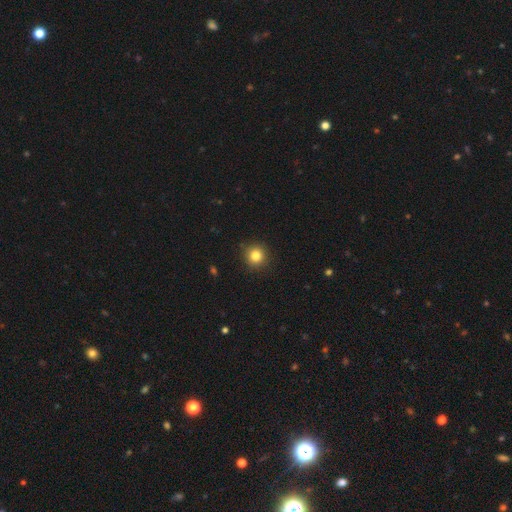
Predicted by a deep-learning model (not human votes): A smooth galaxy with no disk features (83%) that is round (93%).

Vote fractions:
- Smooth or featured? smooth: 83% / star or artifact: 11% / featured or disk: 6%
- How rounded? round: 93% / in between: 6% / cigar-shaped: 1%
- Merging? none: 91% / minor disturbance: 6% / major disturbance: 2% / merger: 1%